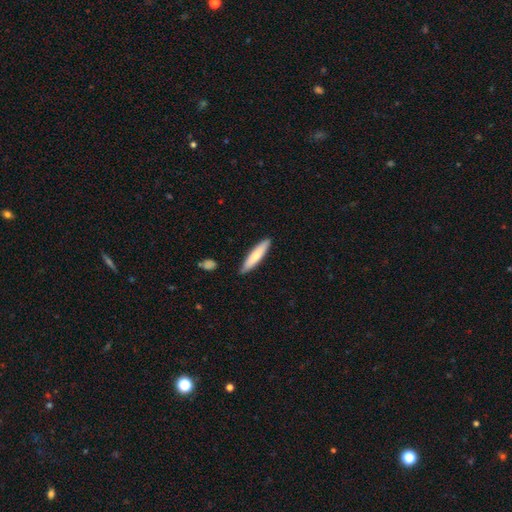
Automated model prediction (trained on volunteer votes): Smooth or featured? Predicted: smooth (p=0.73). How rounded? Predicted: cigar-shaped (p=0.83). Merging? Predicted: none (p=0.86).